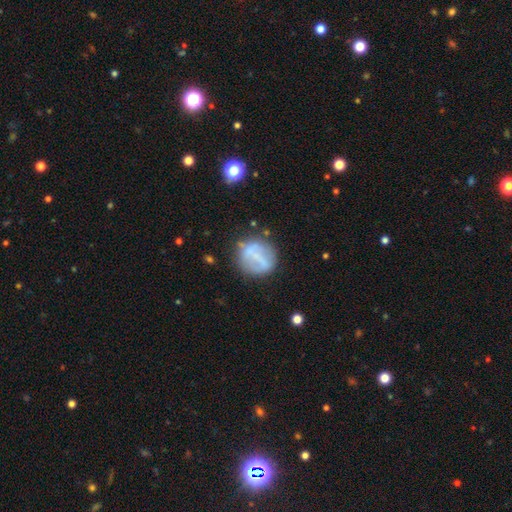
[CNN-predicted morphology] featured or disk 47%, smooth 43%, star or artifact 10%. Down the decision tree: merging — none (70%).